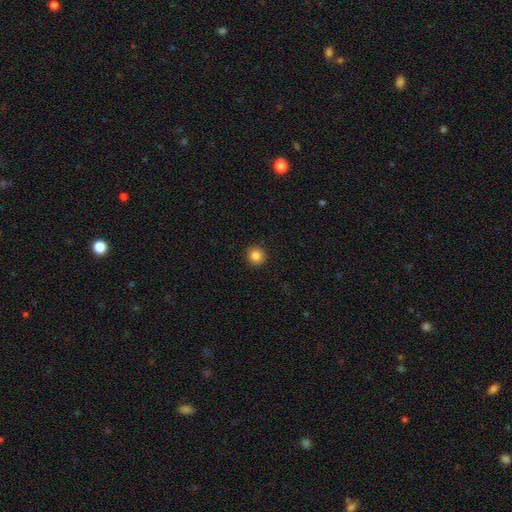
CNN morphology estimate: This is clearly a smooth galaxy (85%). How rounded: clearly round (94%). Merging: clearly none (92%).